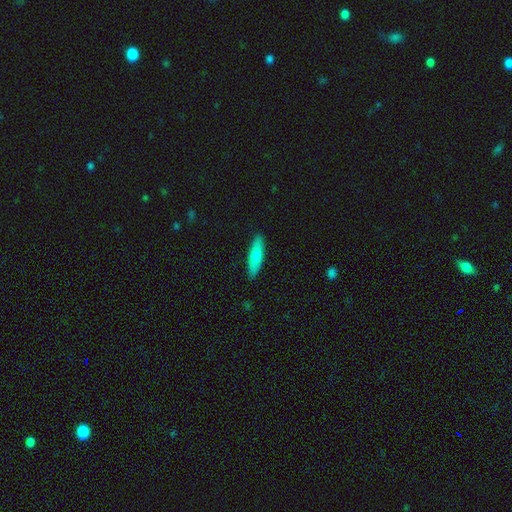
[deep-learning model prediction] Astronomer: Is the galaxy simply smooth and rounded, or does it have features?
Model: smooth — 76%.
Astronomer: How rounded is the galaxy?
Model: cigar-shaped — 62%.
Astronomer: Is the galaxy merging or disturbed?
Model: none — 90%.